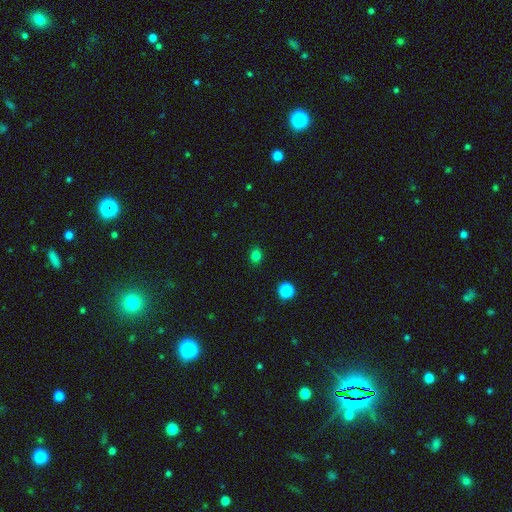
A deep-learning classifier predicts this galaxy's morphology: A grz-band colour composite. It shows a smooth galaxy with no disk features (80%) that is round (61%). Merging: none (88%).